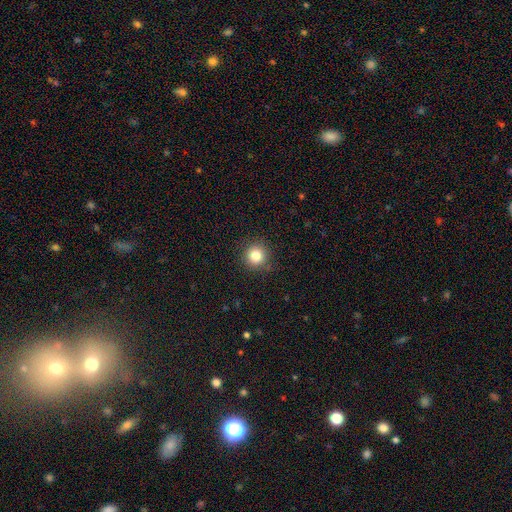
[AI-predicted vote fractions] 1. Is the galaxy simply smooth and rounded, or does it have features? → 83% smooth, 12% star or artifact, 5% featured or disk.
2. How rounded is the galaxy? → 94% round, 5% in between, 1% cigar-shaped.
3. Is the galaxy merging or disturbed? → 90% none, 7% minor disturbance, 2% major disturbance, 1% merger.